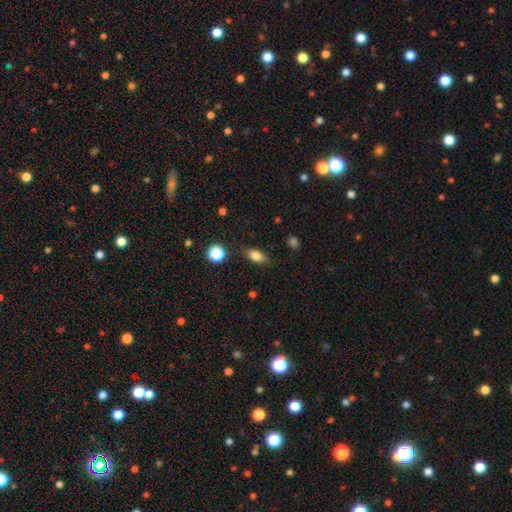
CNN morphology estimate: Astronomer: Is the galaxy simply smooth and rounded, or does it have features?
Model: smooth — 79%.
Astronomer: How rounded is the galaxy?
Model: in between — 79%.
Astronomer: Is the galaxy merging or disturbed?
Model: none — 82%.